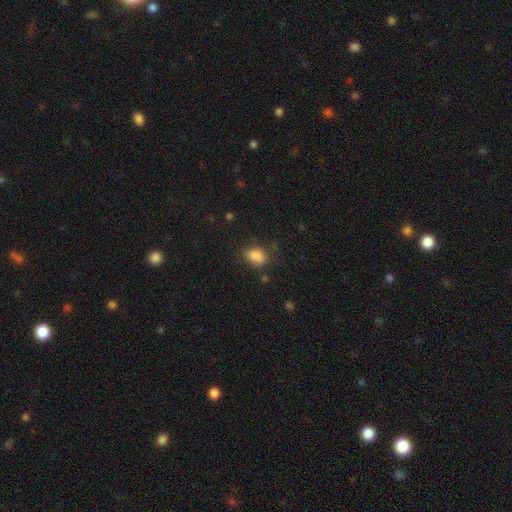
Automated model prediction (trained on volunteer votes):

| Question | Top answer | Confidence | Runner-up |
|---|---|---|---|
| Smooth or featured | smooth | 84% | star or artifact (10%) |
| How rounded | in between | 80% | round (18%) |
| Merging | none | 66% | minor disturbance (22%) |